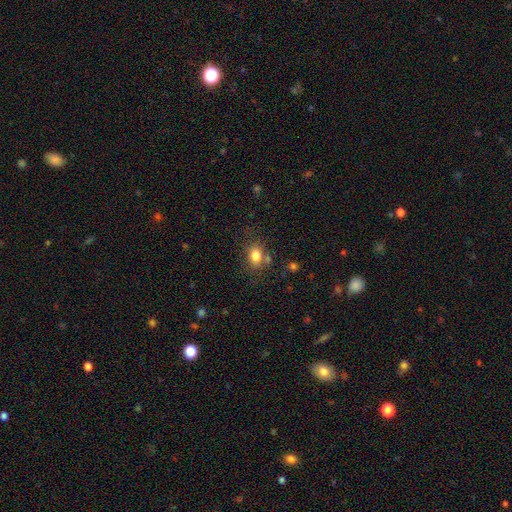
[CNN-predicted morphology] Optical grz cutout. It shows a smooth galaxy with no disk features (81%) that is in between round and cigar-shaped (65%). Merging: none (67%).